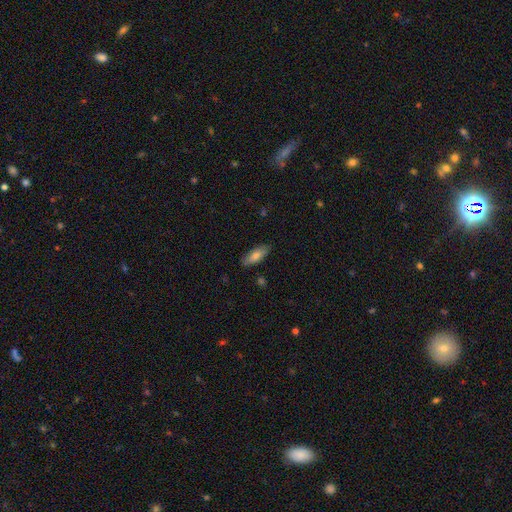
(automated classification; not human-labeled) Smooth or featured? Predicted: smooth (p=0.76). How rounded? Predicted: in between (p=0.70). Merging? Predicted: none (p=0.84).